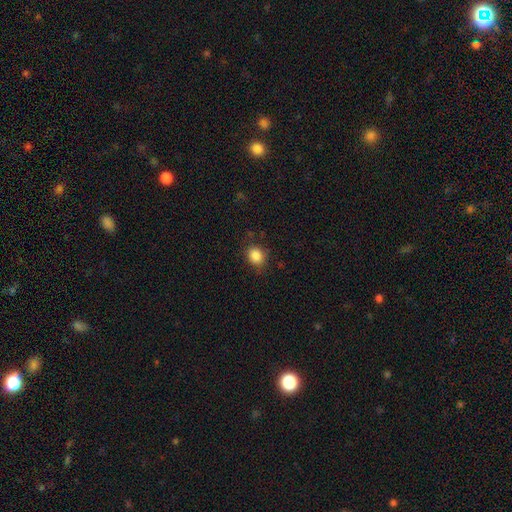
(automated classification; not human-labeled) Smooth or featured? Predicted: smooth (p=0.86). How rounded? Predicted: round (p=0.61). Merging? Predicted: none (p=0.80).